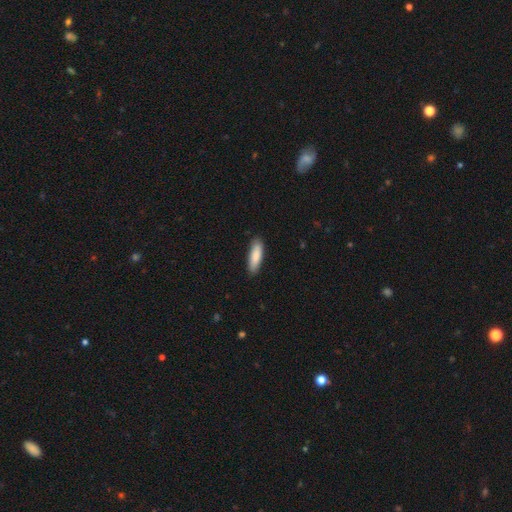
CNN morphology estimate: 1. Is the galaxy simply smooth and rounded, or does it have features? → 86% smooth, 8% featured or disk, 5% star or artifact.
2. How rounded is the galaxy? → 57% cigar-shaped, 41% in between, 1% round.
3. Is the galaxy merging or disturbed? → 87% none, 10% minor disturbance, 2% major disturbance, 1% merger.